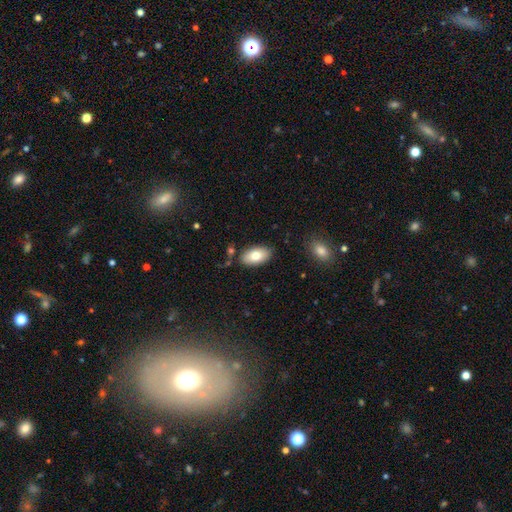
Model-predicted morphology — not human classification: Overall: smooth (77%). How rounded: in between (94%). Merging: none (83%).